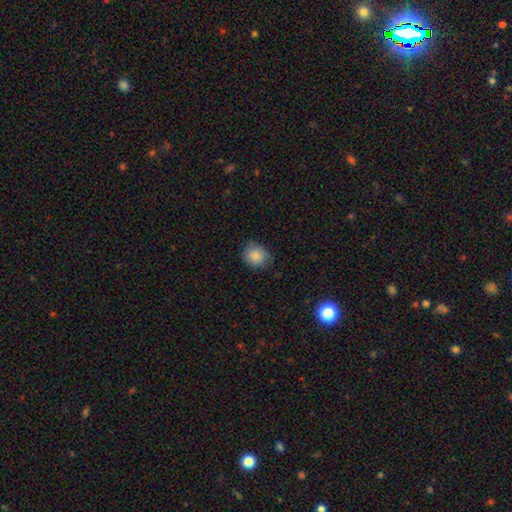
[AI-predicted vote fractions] Smooth or featured? Predicted: smooth (p=0.85). How rounded? Predicted: round (p=0.71). Merging? Predicted: none (p=0.77).